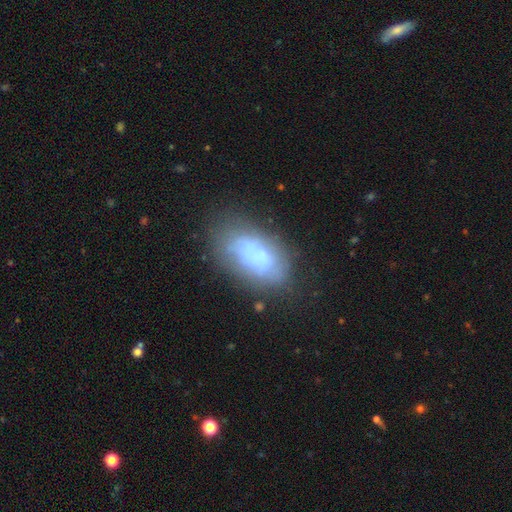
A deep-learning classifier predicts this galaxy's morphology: Smooth or featured? smooth (55%)
How rounded? in between (91%)
Merging? none (51%)